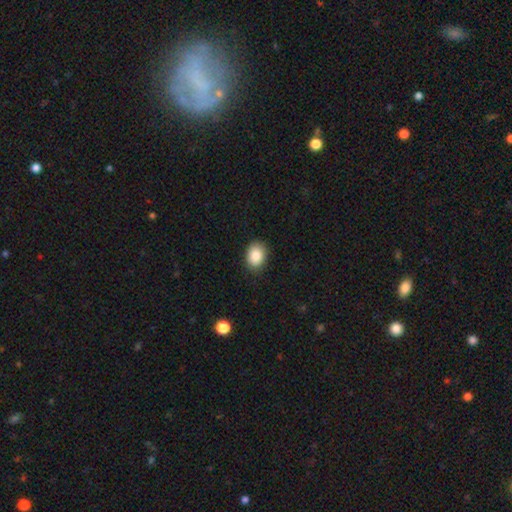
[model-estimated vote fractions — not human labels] Overall: smooth (88%). How rounded: in between (74%). Merging: none (85%).